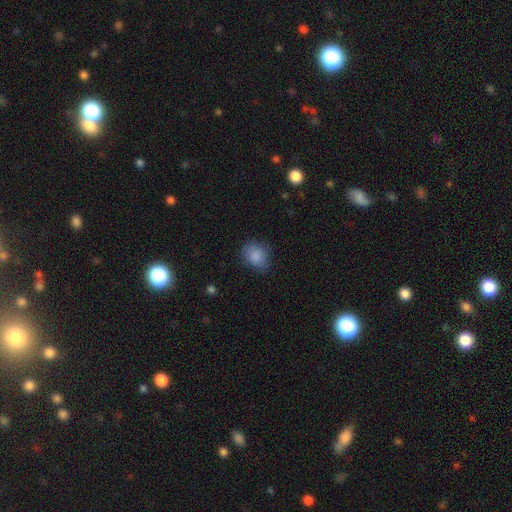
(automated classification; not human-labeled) smooth_or_featured: smooth (p=0.86) [alt: star or artifact p=0.08]
how_rounded: in between (p=0.52) [alt: round p=0.47]
merging: none (p=0.72) [alt: minor disturbance p=0.21]